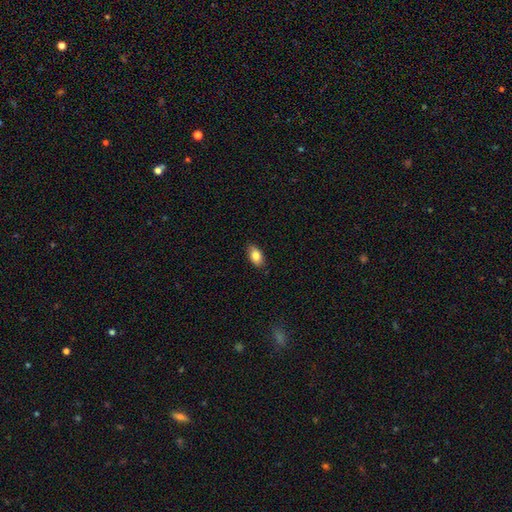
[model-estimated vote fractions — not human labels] Smooth or featured? Predicted: smooth (p=0.84). How rounded? Predicted: in between (p=0.90). Merging? Predicted: none (p=0.84).